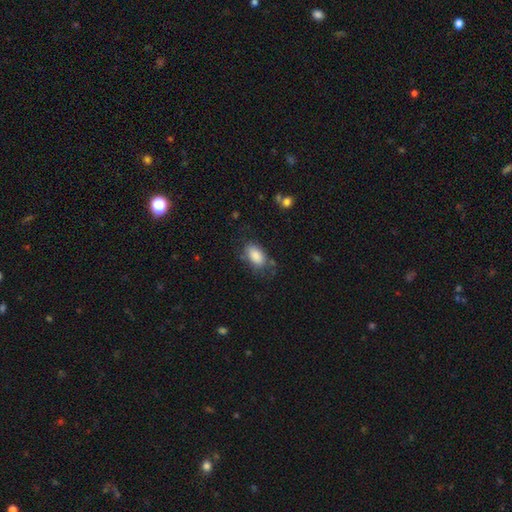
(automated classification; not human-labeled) Smooth or featured? smooth (86%)
How rounded? in between (93%)
Merging? none (67%)